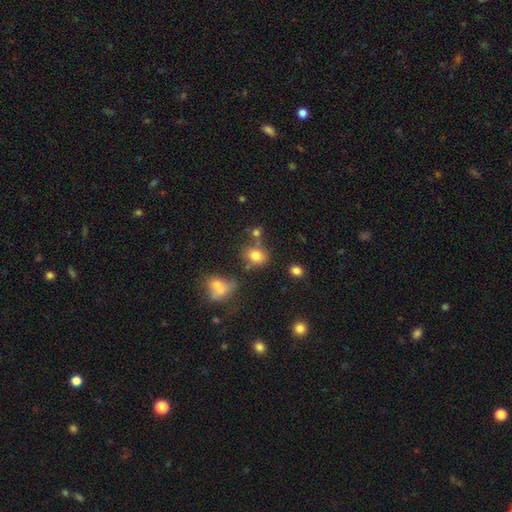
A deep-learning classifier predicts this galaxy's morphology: Smooth or featured?
  - smooth: 77% *
  - star or artifact: 13%
  - featured or disk: 10%
How rounded?
  - in between: 51% *
  - round: 48%
  - cigar-shaped: 1%
Merging?
  - none: 61% *
  - minor disturbance: 16%
  - merger: 16%
  - major disturbance: 6%